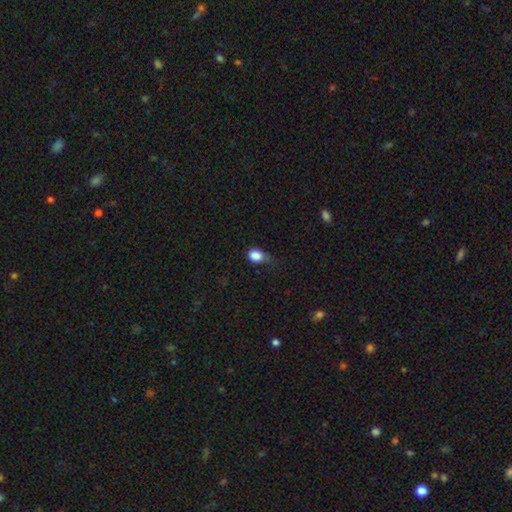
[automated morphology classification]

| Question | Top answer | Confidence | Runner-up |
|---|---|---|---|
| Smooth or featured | smooth | 86% | star or artifact (9%) |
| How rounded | in between | 56% | round (42%) |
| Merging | none | 42% | minor disturbance (39%) |